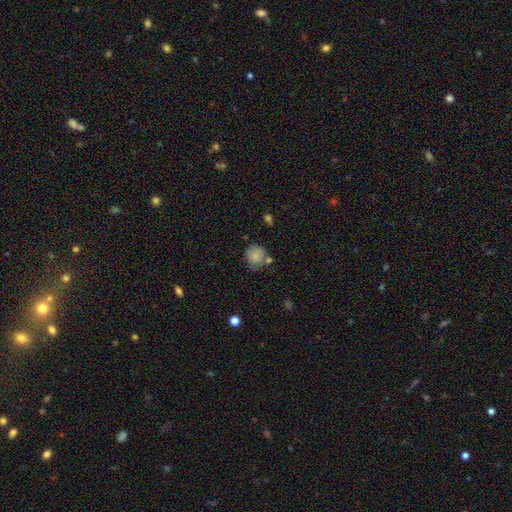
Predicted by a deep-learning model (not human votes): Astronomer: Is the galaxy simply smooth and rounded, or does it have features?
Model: smooth — 83%.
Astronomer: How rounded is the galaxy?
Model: round — 87%.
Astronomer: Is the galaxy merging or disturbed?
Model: none — 67%.